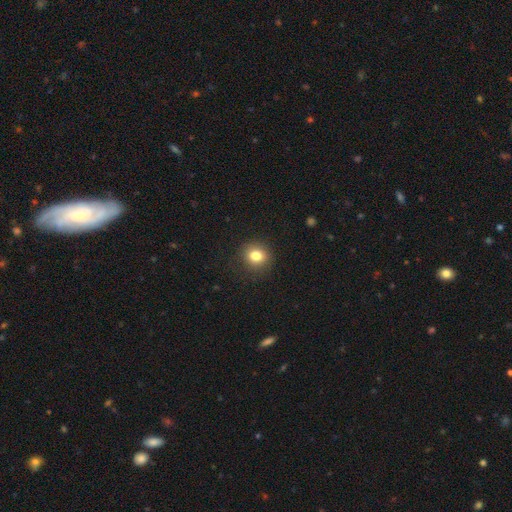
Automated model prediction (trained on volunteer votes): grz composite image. It shows a smooth galaxy with no disk features (80%) that is round (81%). Merging: none (89%).